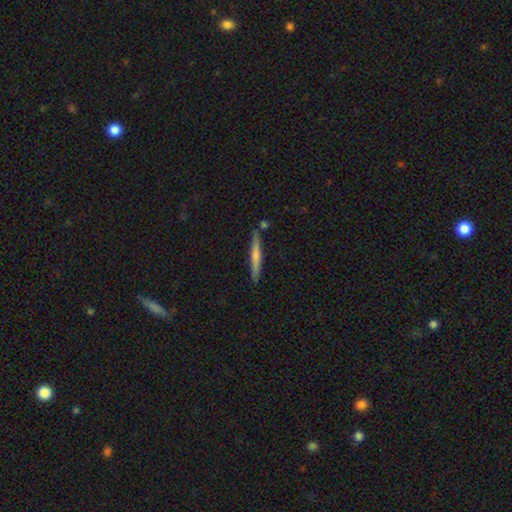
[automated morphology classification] smooth 58%, featured or disk 36%, star or artifact 6%. Down the decision tree: how rounded — cigar-shaped (95%); merging — none (83%).